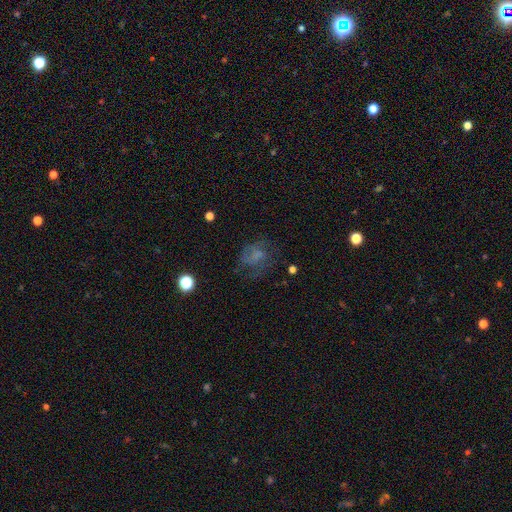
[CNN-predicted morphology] A smooth galaxy with no disk features (42%).

Vote fractions:
- Smooth or featured? smooth: 42% / featured or disk: 39% / star or artifact: 19%
- Merging? none: 51% / major disturbance: 26% / minor disturbance: 21% / merger: 2%